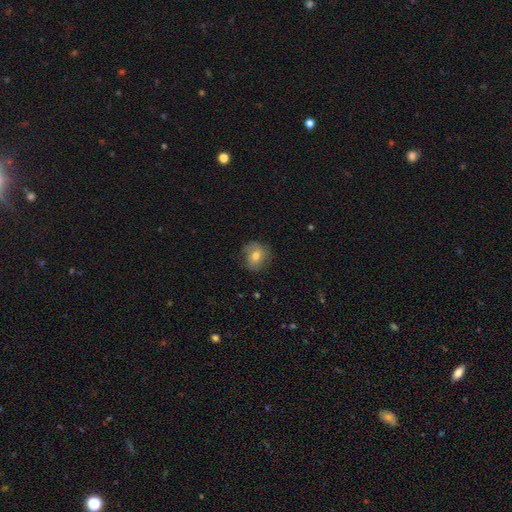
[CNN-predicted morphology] smooth 68%, featured or disk 23%, star or artifact 10%. Down the decision tree: how rounded — round (73%); merging — none (72%).